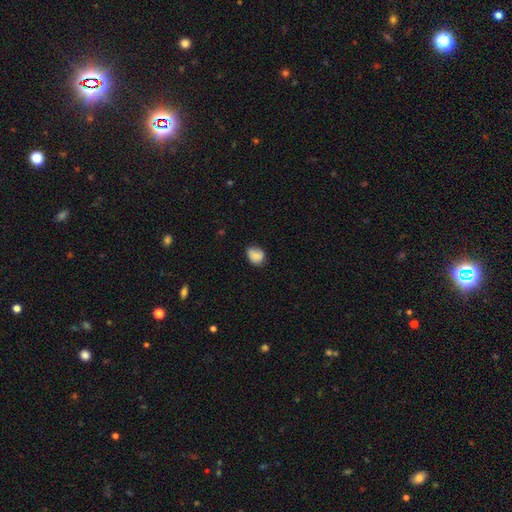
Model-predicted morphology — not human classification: A smooth galaxy with no disk features (78%) that is in between round and cigar-shaped (57%). Merging: none (62%).